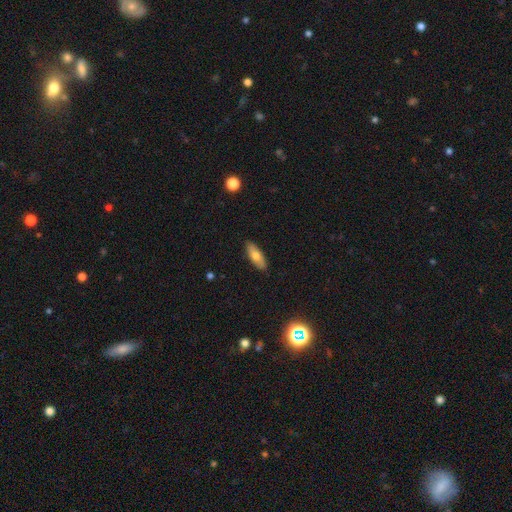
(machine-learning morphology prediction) smooth-or-featured: smooth: 70% | featured or disk: 24% | star or artifact: 7%
  how-rounded: in between: 68% | cigar-shaped: 30% | round: 2%
  merging: none: 88% | minor disturbance: 9% | major disturbance: 2% | merger: 1%